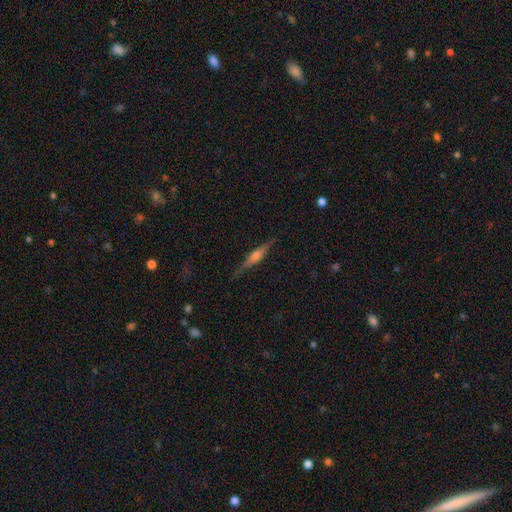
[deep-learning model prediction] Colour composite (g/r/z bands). It shows a featured or disk galaxy (73%) viewed edge-on (98%) with a rounded central bulge (78%). Merging: none (86%).